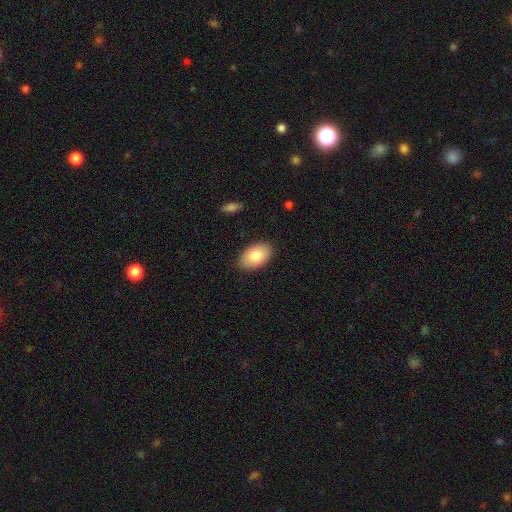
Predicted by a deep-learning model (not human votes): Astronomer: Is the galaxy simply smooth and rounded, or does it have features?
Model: smooth — 81%.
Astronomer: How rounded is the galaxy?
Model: in between — 92%.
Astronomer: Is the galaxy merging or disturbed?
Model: none — 87%.